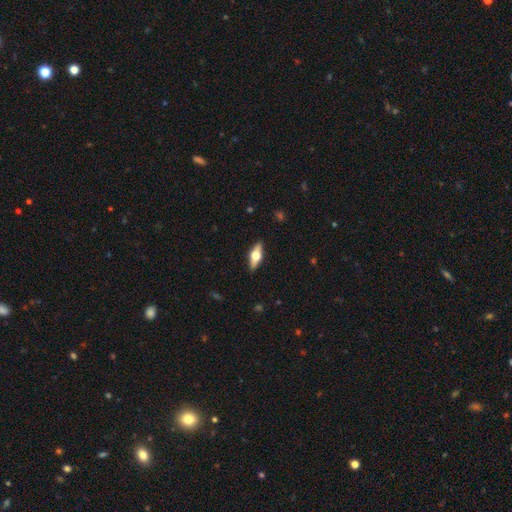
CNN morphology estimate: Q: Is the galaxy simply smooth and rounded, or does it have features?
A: featured or disk — 60%.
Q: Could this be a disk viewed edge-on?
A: yes — 94%.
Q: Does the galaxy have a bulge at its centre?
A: rounded — 95%.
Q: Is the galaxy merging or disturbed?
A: none — 89%.